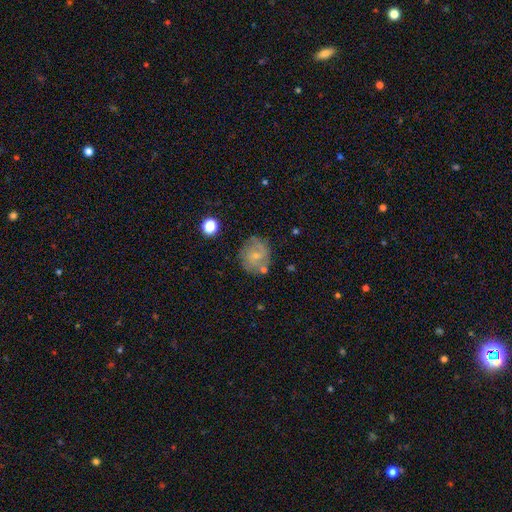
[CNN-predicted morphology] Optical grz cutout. It shows a featured or disk galaxy (58%) with no bar (52%), spiral arms (80%) and a small central bulge (72%). Merging: none (69%).